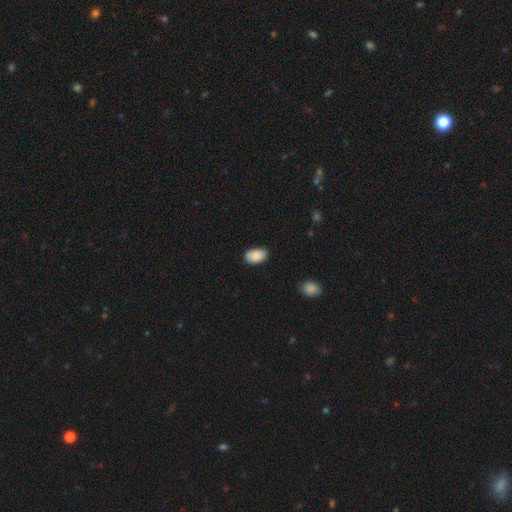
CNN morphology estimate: Smooth or featured? smooth (89%)
How rounded? in between (92%)
Merging? none (83%)